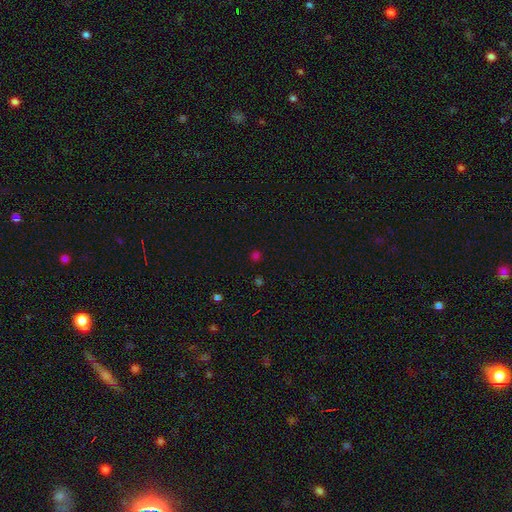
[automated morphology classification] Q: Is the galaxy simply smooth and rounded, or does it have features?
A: smooth — 60%.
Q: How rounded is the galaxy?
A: round — 89%.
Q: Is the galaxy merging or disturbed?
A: none — 85%.